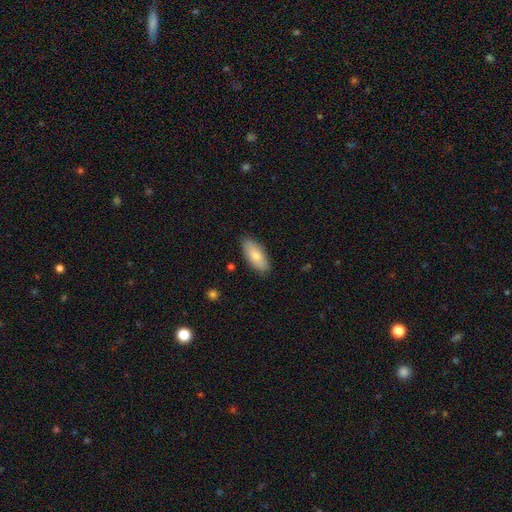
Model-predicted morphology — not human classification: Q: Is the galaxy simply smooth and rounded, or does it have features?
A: smooth — 78%.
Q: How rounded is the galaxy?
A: in between — 86%.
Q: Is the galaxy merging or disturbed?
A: none — 85%.